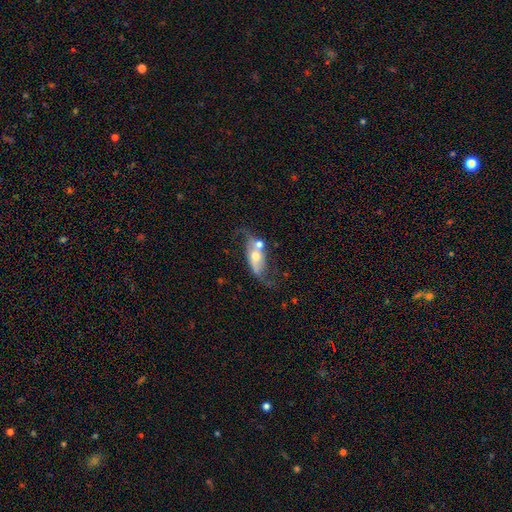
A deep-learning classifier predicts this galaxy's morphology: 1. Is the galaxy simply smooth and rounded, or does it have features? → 70% featured or disk, 22% smooth, 7% star or artifact.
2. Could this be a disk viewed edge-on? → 90% no, 10% yes.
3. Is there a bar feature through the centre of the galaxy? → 63% no, 25% weak, 12% strong.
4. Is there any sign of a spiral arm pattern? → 80% yes, 20% no.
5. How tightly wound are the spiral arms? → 79% loose, 16% medium, 5% tight.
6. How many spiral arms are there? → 88% 2, 5% can't tell, 4% 1, 1% 3, 1% 4, 1% more than 4.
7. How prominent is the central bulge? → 58% moderate, 31% small, 6% large, 2% none, 2% dominant.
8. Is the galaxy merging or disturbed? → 41% none, 26% merger, 18% minor disturbance, 15% major disturbance.